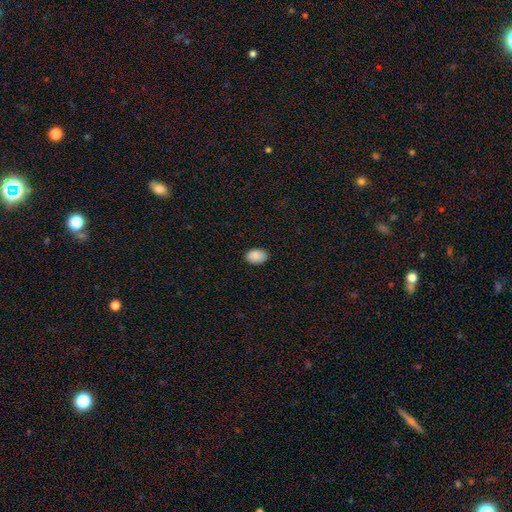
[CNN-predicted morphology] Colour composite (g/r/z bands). It shows a smooth galaxy with no disk features (90%) that is in between round and cigar-shaped (87%). Merging: none (88%).